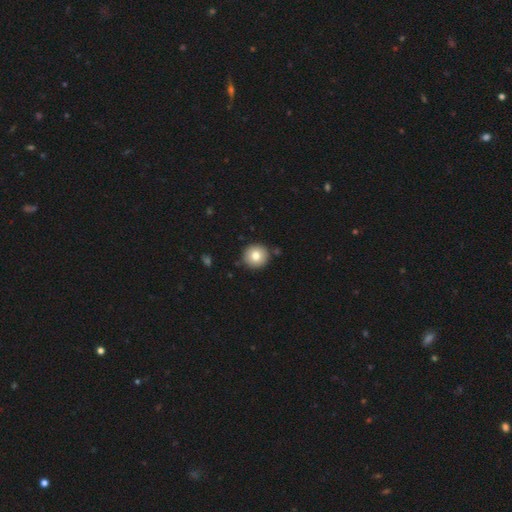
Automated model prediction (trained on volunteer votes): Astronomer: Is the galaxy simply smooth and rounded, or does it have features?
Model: smooth — 78%.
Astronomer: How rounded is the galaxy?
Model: round — 94%.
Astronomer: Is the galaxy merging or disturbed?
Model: none — 89%.